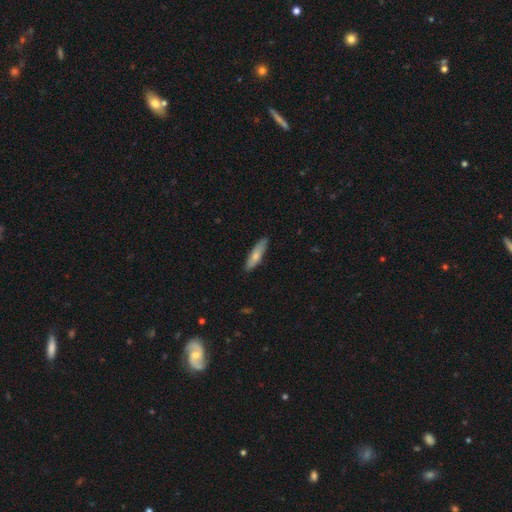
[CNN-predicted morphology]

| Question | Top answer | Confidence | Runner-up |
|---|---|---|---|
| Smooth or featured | smooth | 70% | featured or disk (25%) |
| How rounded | cigar-shaped | 66% | in between (32%) |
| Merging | none | 83% | minor disturbance (14%) |